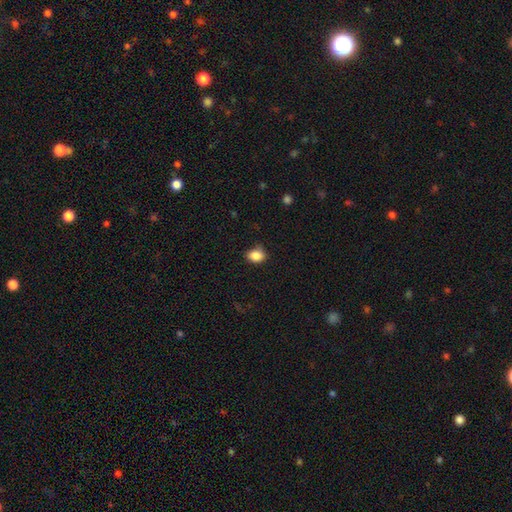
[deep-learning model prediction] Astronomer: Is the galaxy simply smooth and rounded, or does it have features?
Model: smooth — 87%.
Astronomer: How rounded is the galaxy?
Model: in between — 66%.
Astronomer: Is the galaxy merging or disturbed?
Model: none — 74%.